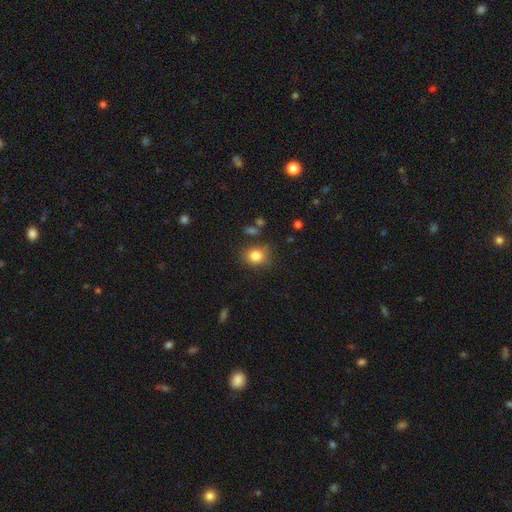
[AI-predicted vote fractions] Overall: smooth (83%). How rounded: round (69%; in between 30%). Merging: none (77%).